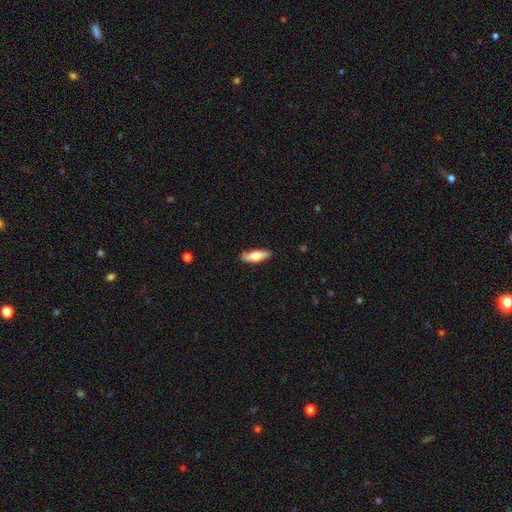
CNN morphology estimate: The model was most divided on "how rounded": in between: 53%, cigar-shaped: 45%, round: 2%. More confident: merging — none (84%); smooth or featured — smooth (69%).